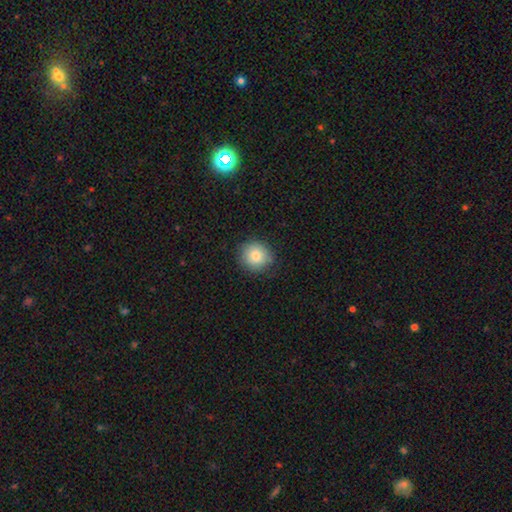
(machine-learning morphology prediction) smooth-or-featured: smooth: 80% | featured or disk: 10% | star or artifact: 9%
  how-rounded: round: 90% | in between: 9% | cigar-shaped: 1%
  merging: none: 83% | minor disturbance: 13% | major disturbance: 3% | merger: 1%